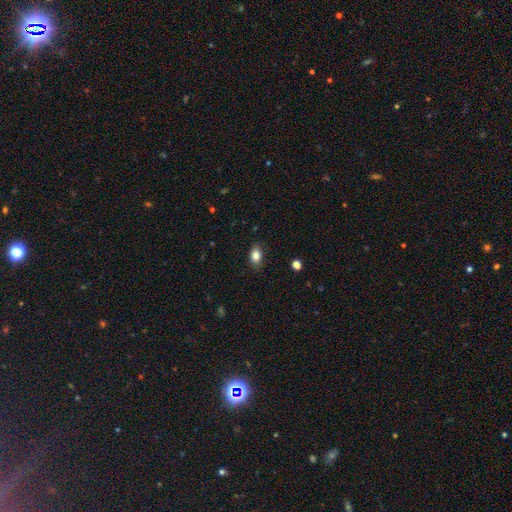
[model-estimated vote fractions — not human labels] smooth 84%, star or artifact 9%, featured or disk 7%. Down the decision tree: how rounded — in between (82%); merging — none (85%).